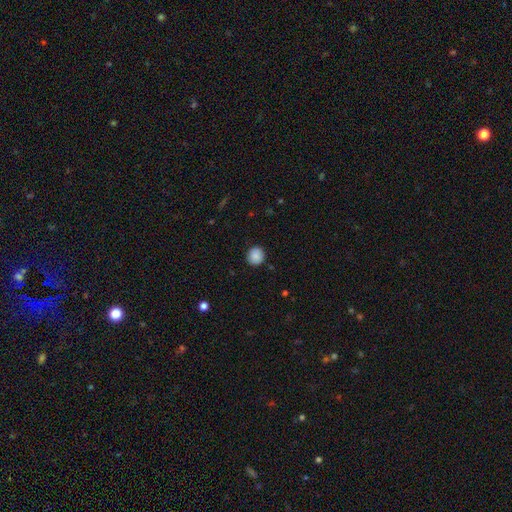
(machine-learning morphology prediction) smooth_or_featured: smooth (p=0.86) [alt: star or artifact p=0.08]
how_rounded: round (p=0.88) [alt: in between p=0.11]
merging: none (p=0.88) [alt: minor disturbance p=0.09]